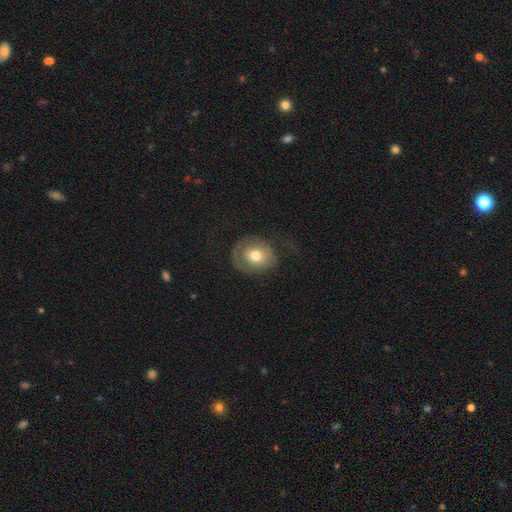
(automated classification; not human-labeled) A smooth galaxy with no disk features (62%) that is round (64%).

Vote fractions:
- Smooth or featured? smooth: 62% / featured or disk: 30% / star or artifact: 8%
- How rounded? round: 64% / in between: 36% / cigar-shaped: 1%
- Merging? none: 51% / major disturbance: 24% / minor disturbance: 23% / merger: 2%